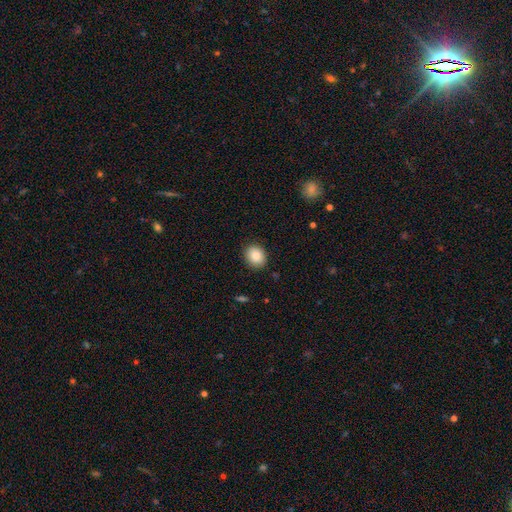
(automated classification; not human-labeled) Smooth or featured: smooth — 87% (star or artifact — 8%)
How rounded: in between — 50% (round — 49%)
Merging: none — 88% (minor disturbance — 9%)